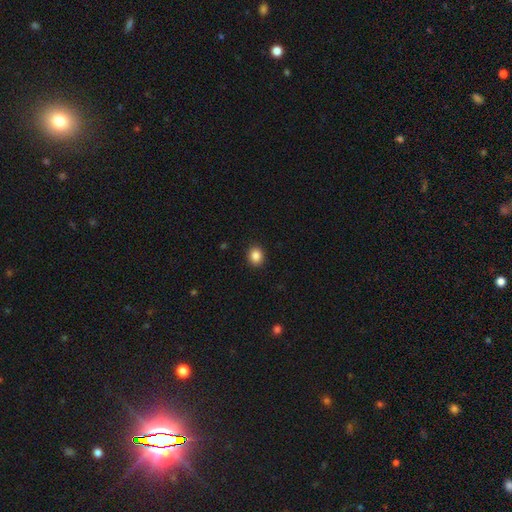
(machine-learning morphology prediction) A smooth galaxy with no disk features (87%) that is round (60%). Merging: none (91%).